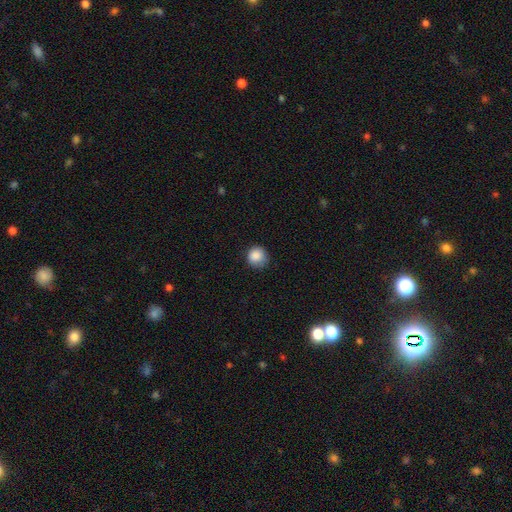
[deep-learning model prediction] Smooth or featured? smooth (87%)
How rounded? round (90%)
Merging? none (75%)